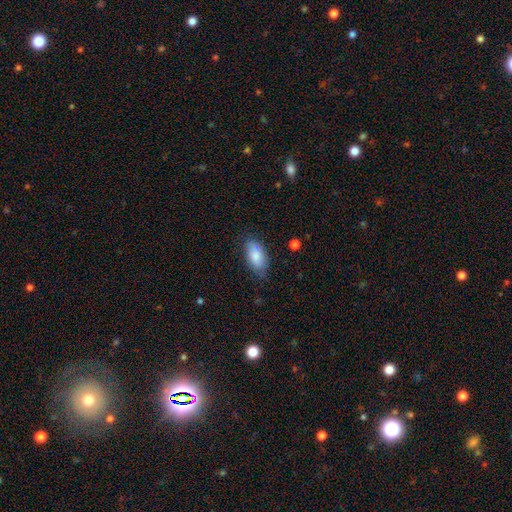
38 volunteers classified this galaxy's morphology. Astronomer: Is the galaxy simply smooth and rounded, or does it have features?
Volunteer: smooth — 71%.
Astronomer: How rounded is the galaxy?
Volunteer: in between — 100%.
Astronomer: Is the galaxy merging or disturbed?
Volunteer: none — 61%.